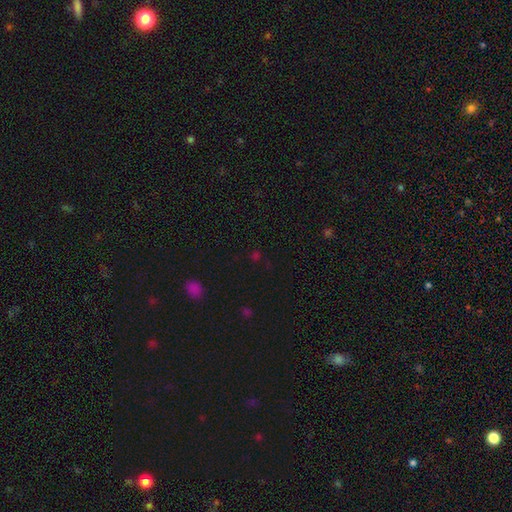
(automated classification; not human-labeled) Smooth or featured: star or artifact — 54% (smooth — 40%)